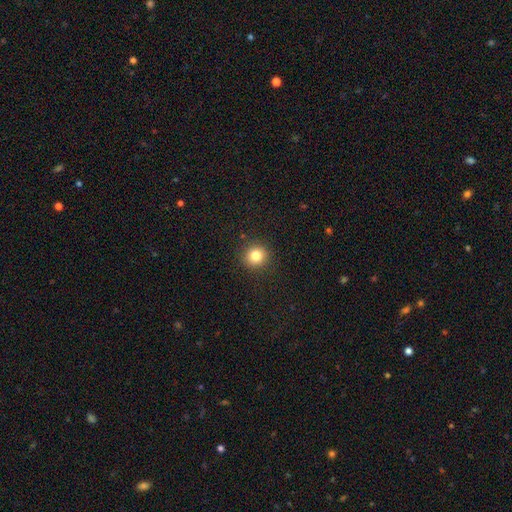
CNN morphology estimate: A smooth galaxy with no disk features (82%) that is round (92%).

Vote fractions:
- Smooth or featured? smooth: 82% / star or artifact: 12% / featured or disk: 6%
- How rounded? round: 92% / in between: 7% / cigar-shaped: 1%
- Merging? none: 91% / minor disturbance: 6% / major disturbance: 2% / merger: 1%